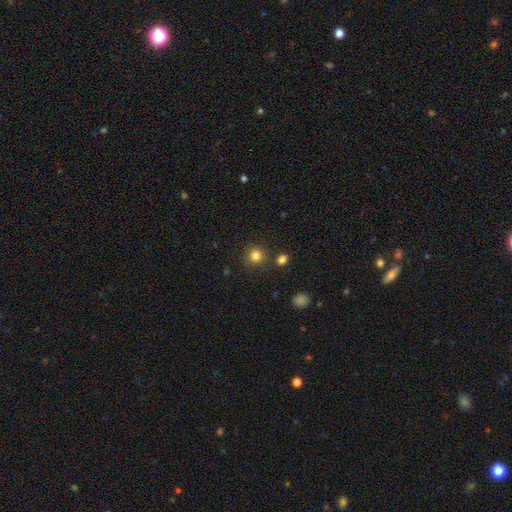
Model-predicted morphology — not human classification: Smooth or featured? Predicted: smooth (p=0.82). How rounded? Predicted: round (p=0.92). Merging? Predicted: none (p=0.85).